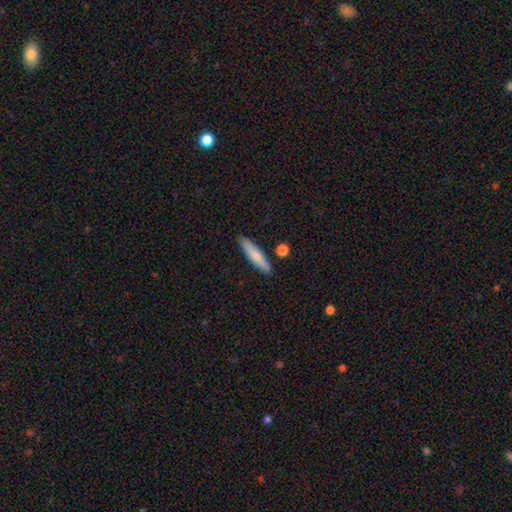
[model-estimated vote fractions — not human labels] Smooth or featured? Predicted: smooth (p=0.77). How rounded? Predicted: cigar-shaped (p=0.84). Merging? Predicted: none (p=0.87).